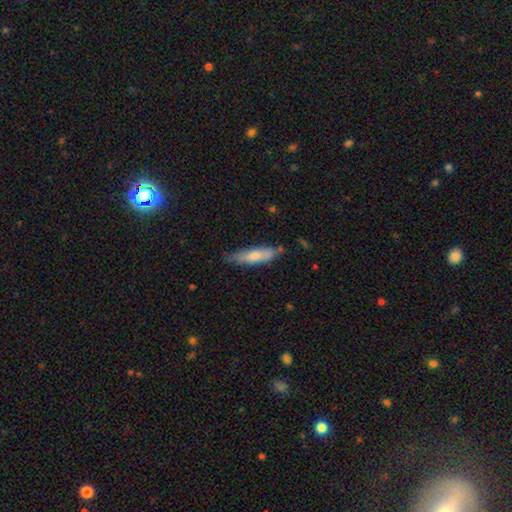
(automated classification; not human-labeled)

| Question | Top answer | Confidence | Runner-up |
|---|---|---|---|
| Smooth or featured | smooth | 71% | featured or disk (24%) |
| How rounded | cigar-shaped | 66% | in between (33%) |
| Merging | none | 67% | minor disturbance (25%) |